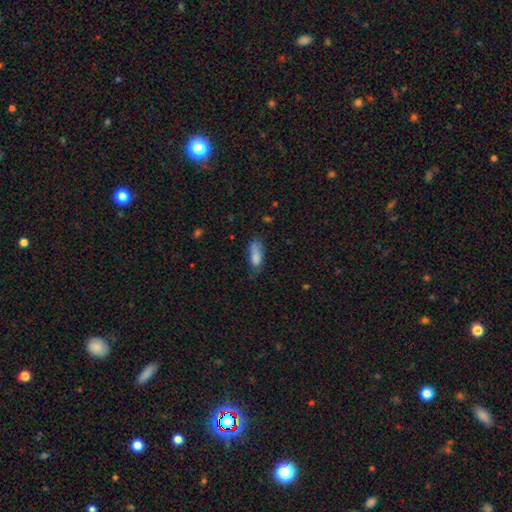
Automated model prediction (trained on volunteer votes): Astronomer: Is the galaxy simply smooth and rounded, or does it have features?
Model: smooth — 79%.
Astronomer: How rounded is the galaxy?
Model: in between — 71%.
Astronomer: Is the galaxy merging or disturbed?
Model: none — 43% (runner-up: minor disturbance, 35%).